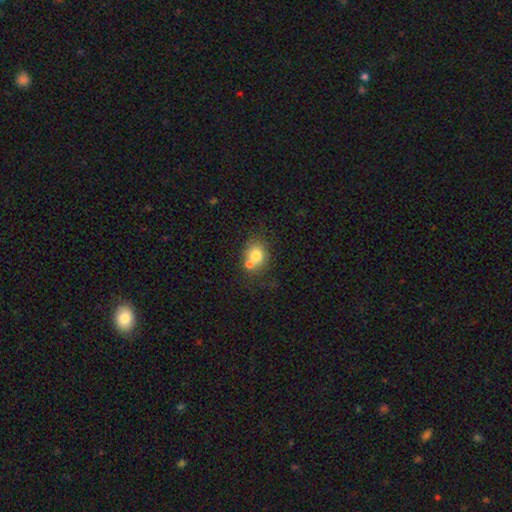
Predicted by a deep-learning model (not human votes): This is likely a smooth galaxy (74%). How rounded: likely round (62%). Merging: marginally none (44%).